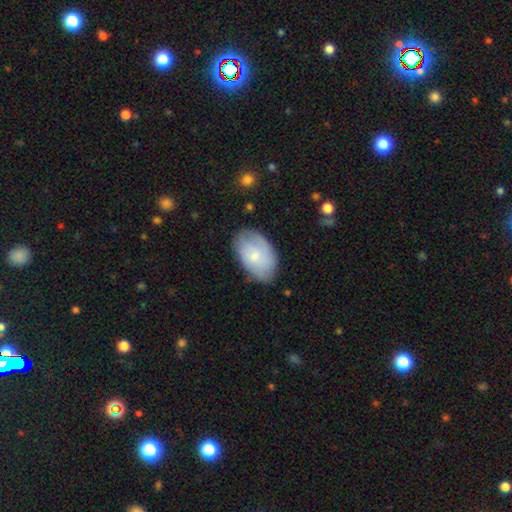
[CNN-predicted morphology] This appears to be a smooth galaxy with no disk features (62%) that is in between round and cigar-shaped (93%). Merging: none (75%).